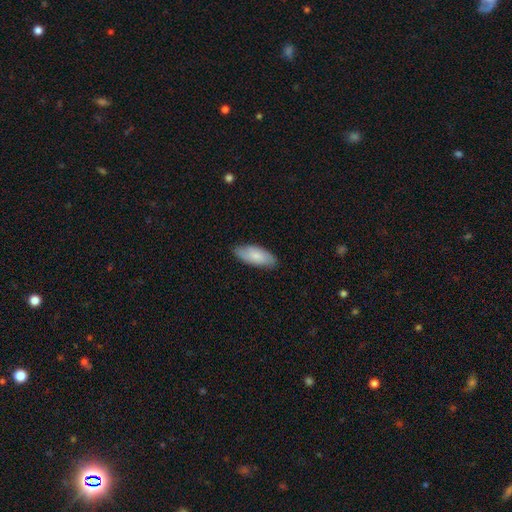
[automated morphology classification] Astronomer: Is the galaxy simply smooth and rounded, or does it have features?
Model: smooth — 80%.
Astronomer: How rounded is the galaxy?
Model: in between — 85%.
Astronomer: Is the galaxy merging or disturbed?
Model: none — 84%.